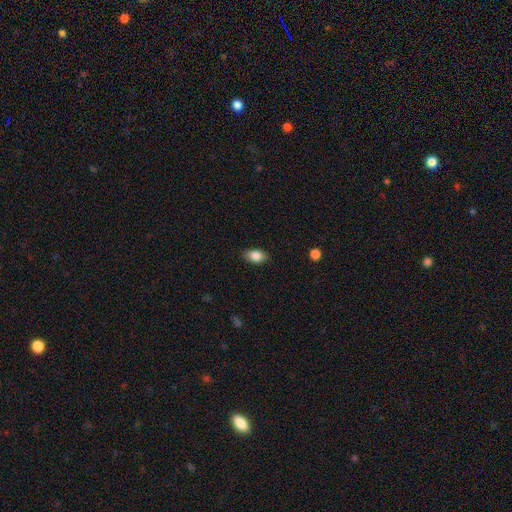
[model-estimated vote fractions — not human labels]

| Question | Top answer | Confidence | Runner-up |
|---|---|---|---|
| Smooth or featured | smooth | 84% | featured or disk (8%) |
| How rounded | in between | 88% | round (10%) |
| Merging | none | 86% | minor disturbance (11%) |